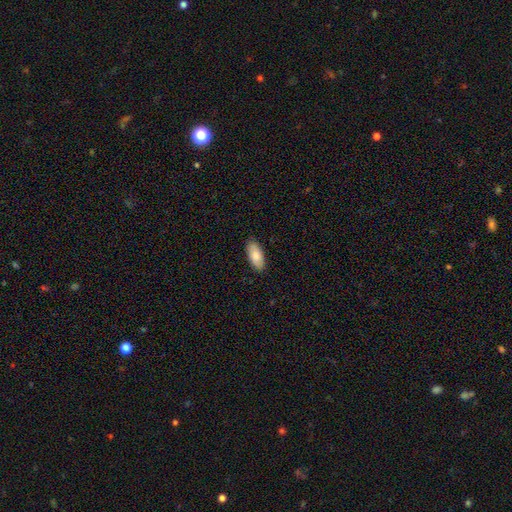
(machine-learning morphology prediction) A smooth galaxy with no disk features (81%) that is in between round and cigar-shaped (90%). Merging: none (88%).